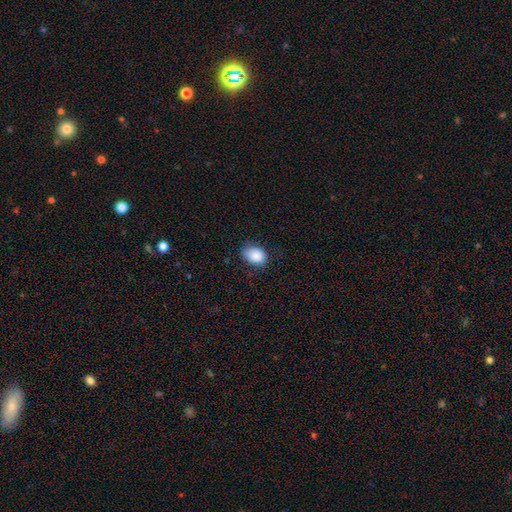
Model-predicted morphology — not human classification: Q: Smooth or featured?
A: smooth (88%); runner-up: star or artifact (8%)
Q: How rounded?
A: in between (77%); runner-up: round (22%)
Q: Merging?
A: none (73%); runner-up: minor disturbance (21%)